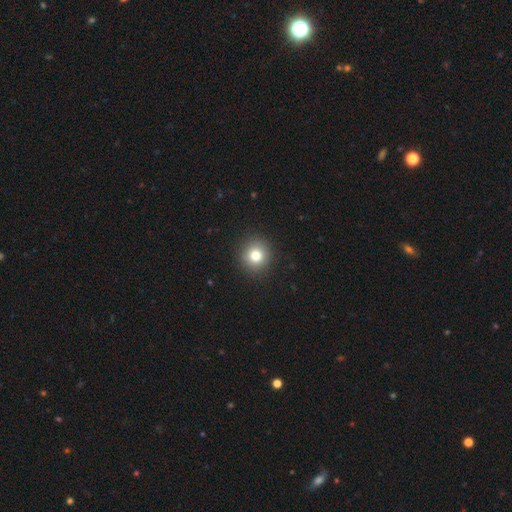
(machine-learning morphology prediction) smooth_or_featured: smooth (p=0.79) [alt: star or artifact p=0.12]
how_rounded: round (p=0.91) [alt: in between p=0.08]
merging: none (p=0.91) [alt: minor disturbance p=0.06]